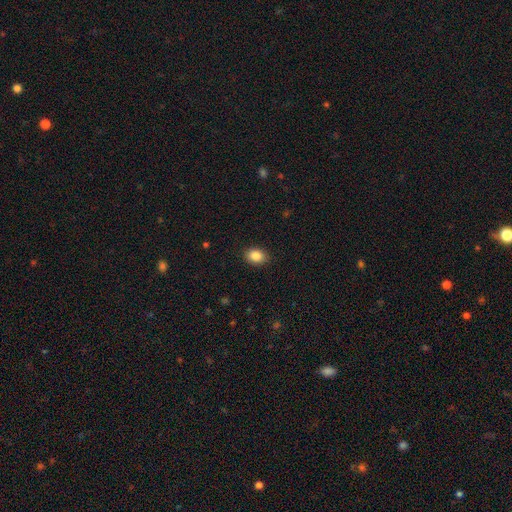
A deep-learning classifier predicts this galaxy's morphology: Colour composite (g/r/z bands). It shows a smooth galaxy with no disk features (86%) that is in between round and cigar-shaped (68%). Merging: none (89%).